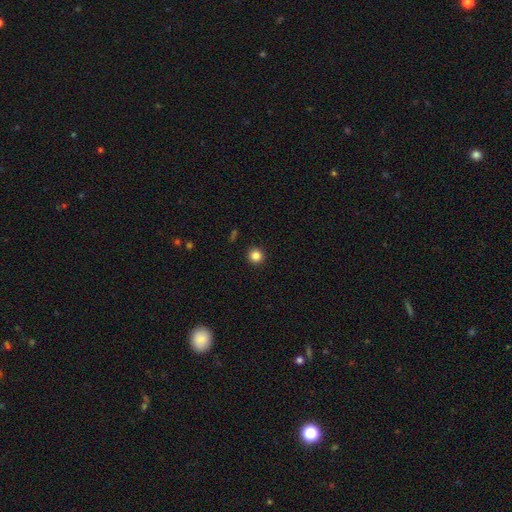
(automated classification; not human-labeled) Smooth or featured?
  - smooth: 85% *
  - star or artifact: 12%
  - featured or disk: 4%
How rounded?
  - round: 95% *
  - in between: 4%
  - cigar-shaped: 1%
Merging?
  - none: 93% *
  - minor disturbance: 5%
  - major disturbance: 2%
  - merger: 1%